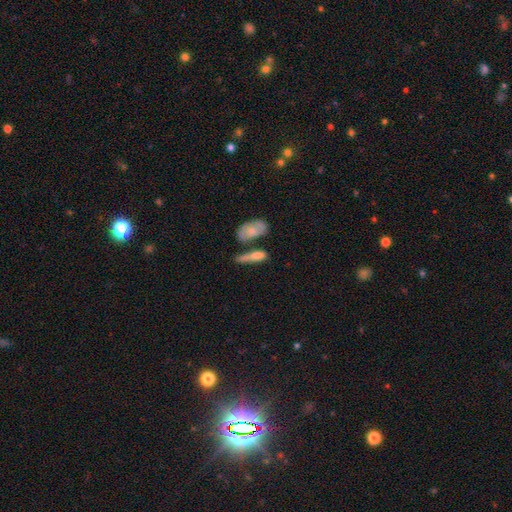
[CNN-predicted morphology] The model was most divided on "how rounded": in between: 52%, cigar-shaped: 44%, round: 5%. Remaining: smooth or featured — smooth (71%); merging — none (41%).